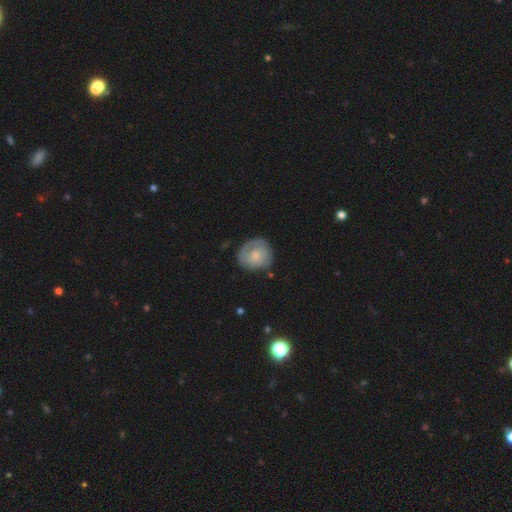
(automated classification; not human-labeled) This appears to be a smooth galaxy with no disk features (53%) that is round (82%). Merging: none (70%).